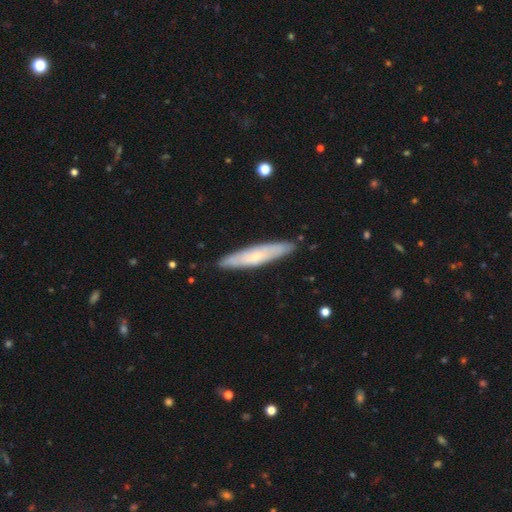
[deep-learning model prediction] Q: Smooth or featured?
A: smooth (47%); runner-up: featured or disk (46%)
Q: Merging?
A: none (87%); runner-up: minor disturbance (10%)